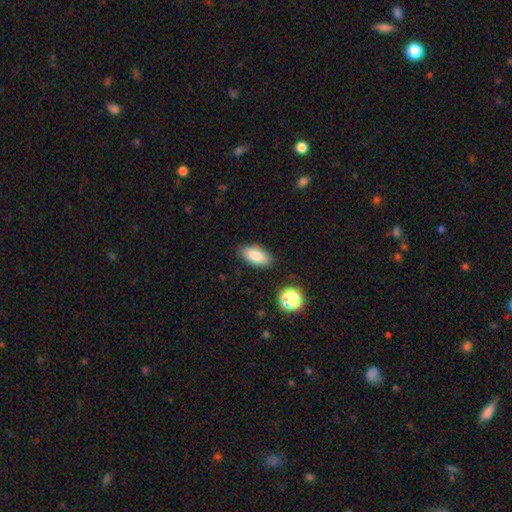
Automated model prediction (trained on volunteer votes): This appears to be a smooth galaxy with no disk features (84%) that is in between round and cigar-shaped (87%). Merging: none (86%).